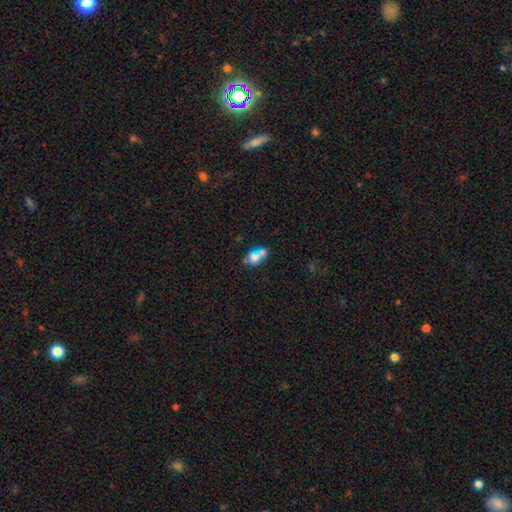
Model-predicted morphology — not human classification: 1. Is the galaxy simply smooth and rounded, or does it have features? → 60% smooth, 24% featured or disk, 16% star or artifact.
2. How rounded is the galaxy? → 62% in between, 34% round, 4% cigar-shaped.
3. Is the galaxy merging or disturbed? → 43% merger, 37% none, 12% minor disturbance, 8% major disturbance.